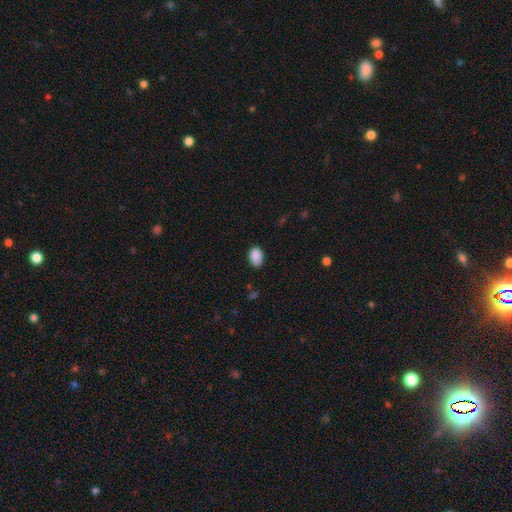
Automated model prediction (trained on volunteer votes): Overall: smooth (88%). How rounded: in between (87%). Merging: none (77%).